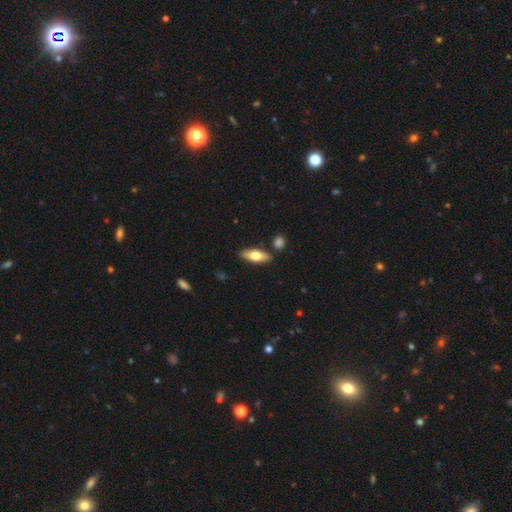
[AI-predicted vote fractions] Smooth or featured? Predicted: smooth (p=0.68). How rounded? Predicted: in between (p=0.65). Merging? Predicted: none (p=0.83).